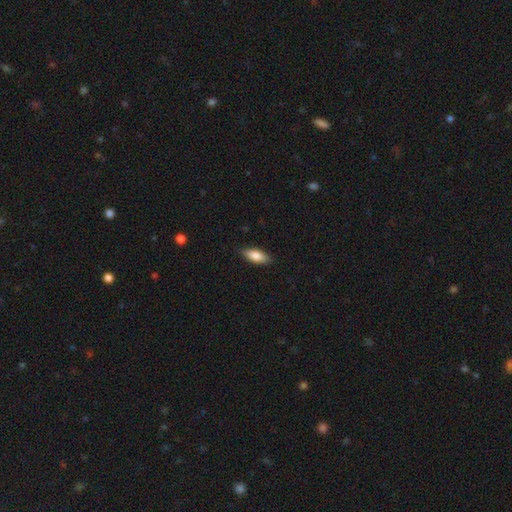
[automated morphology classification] smooth-or-featured: smooth: 80% | featured or disk: 13% | star or artifact: 6%
  how-rounded: in between: 75% | cigar-shaped: 23% | round: 2%
  merging: none: 86% | minor disturbance: 11% | major disturbance: 2% | merger: 1%